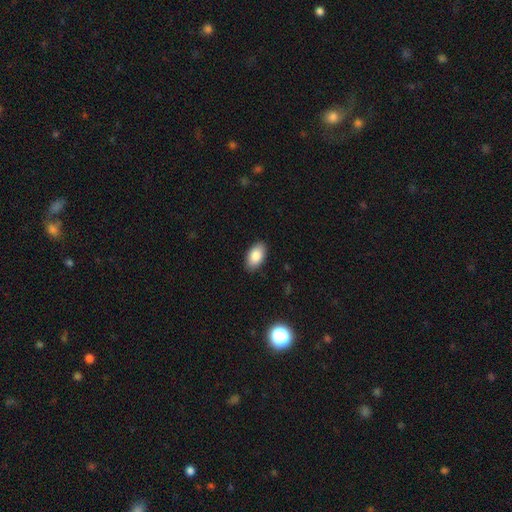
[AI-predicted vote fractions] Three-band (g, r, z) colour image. It shows a smooth galaxy with no disk features (86%) that is in between round and cigar-shaped (94%). Merging: none (89%).